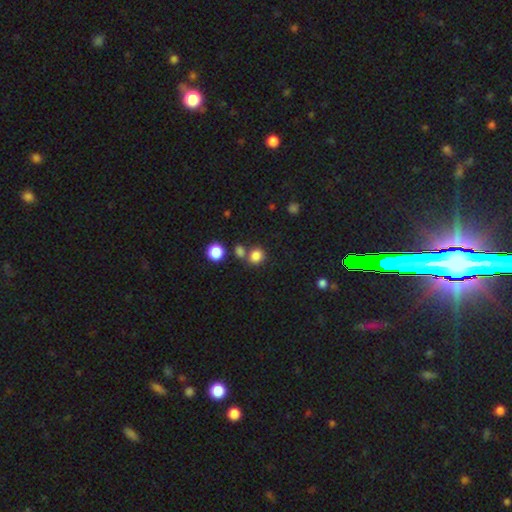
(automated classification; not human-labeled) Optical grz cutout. It shows a smooth galaxy with no disk features (82%) that is round (75%). Merging: none (63%).